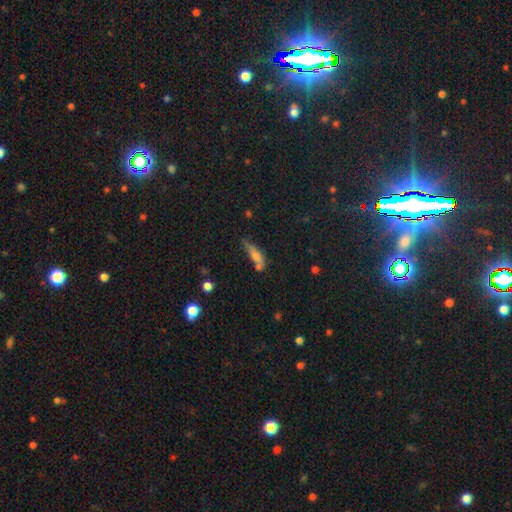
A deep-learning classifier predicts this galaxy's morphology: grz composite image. It shows a smooth galaxy with no disk features (67%) that is cigar-shaped (59%). Merging: none (41%).